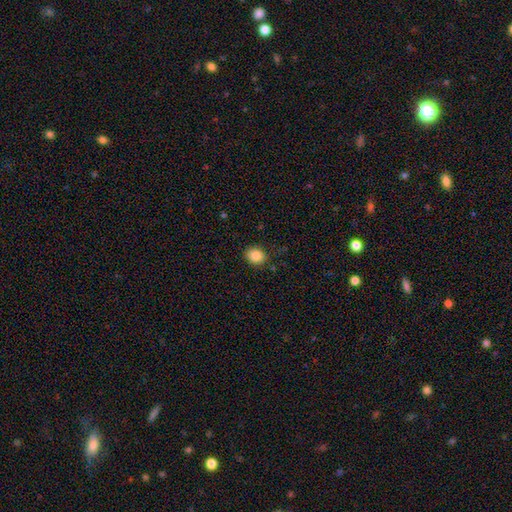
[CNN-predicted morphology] This appears to be a smooth galaxy with no disk features (86%) that is round (57%). Merging: none (85%).